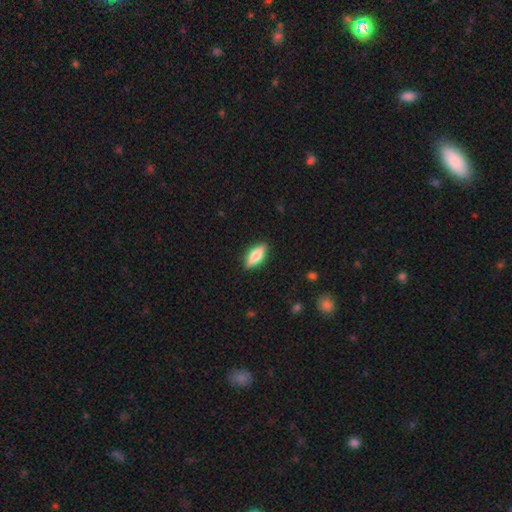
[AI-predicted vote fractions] Q: Smooth or featured?
A: smooth (70%); runner-up: featured or disk (24%)
Q: How rounded?
A: in between (63%); runner-up: cigar-shaped (34%)
Q: Merging?
A: none (88%); runner-up: minor disturbance (9%)